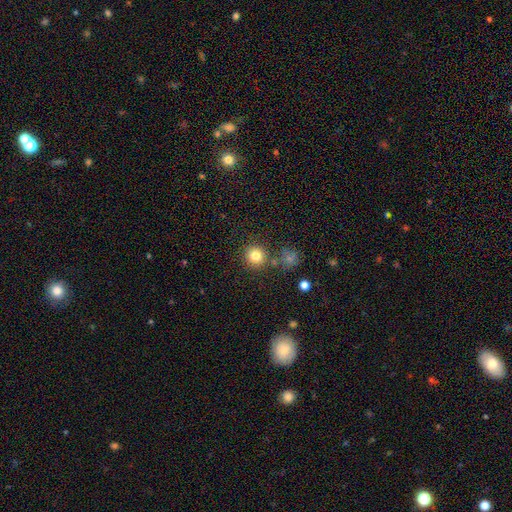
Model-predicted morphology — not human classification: Smooth or featured? smooth (81%)
How rounded? round (92%)
Merging? none (81%)